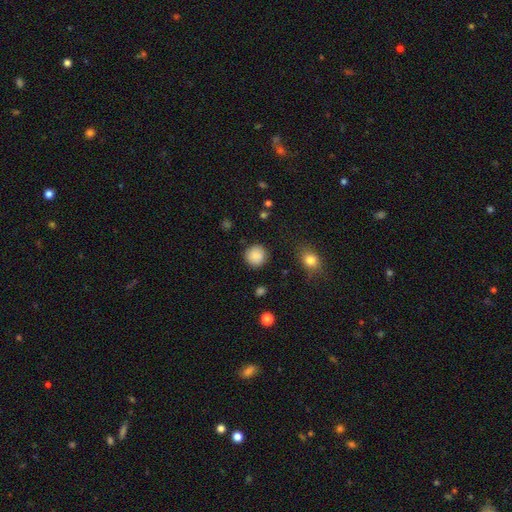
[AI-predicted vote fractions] Q: Smooth or featured?
A: smooth (87%); runner-up: star or artifact (8%)
Q: How rounded?
A: round (92%); runner-up: in between (7%)
Q: Merging?
A: none (88%); runner-up: minor disturbance (7%)